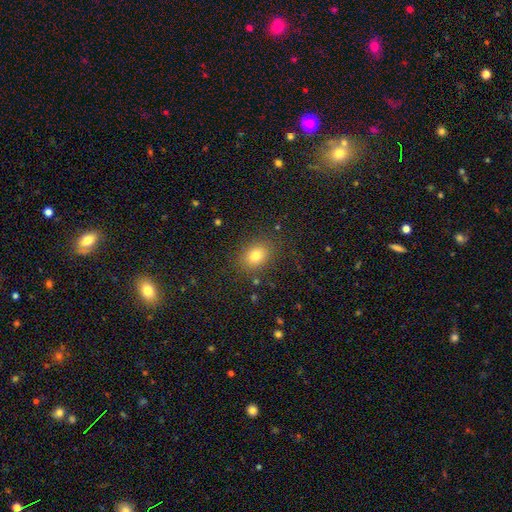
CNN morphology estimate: This is likely a smooth galaxy (79%). How rounded: possibly in between (54%). Merging: clearly none (84%).